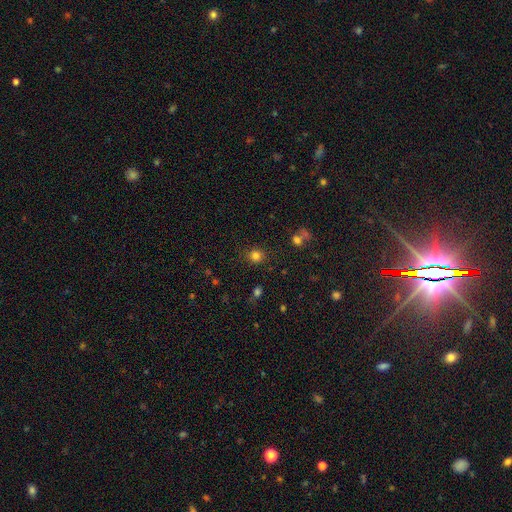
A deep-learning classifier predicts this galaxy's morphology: type=smooth (81%); roundness=round (87%); merging=none (84%).